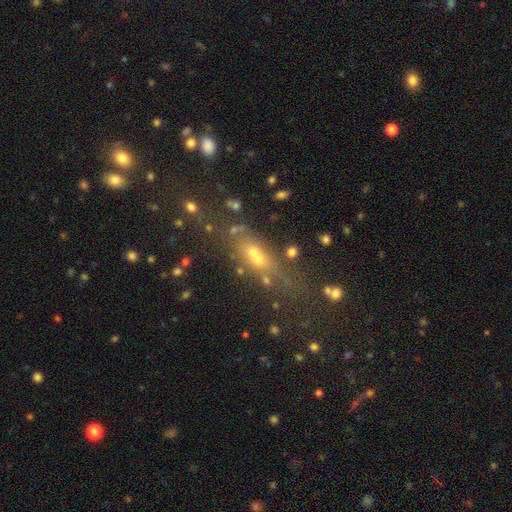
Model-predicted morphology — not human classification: Smooth or featured?
  - smooth: 41% *
  - featured or disk: 30%
  - star or artifact: 29%
Merging?
  - none: 60% *
  - minor disturbance: 17%
  - major disturbance: 12%
  - merger: 11%